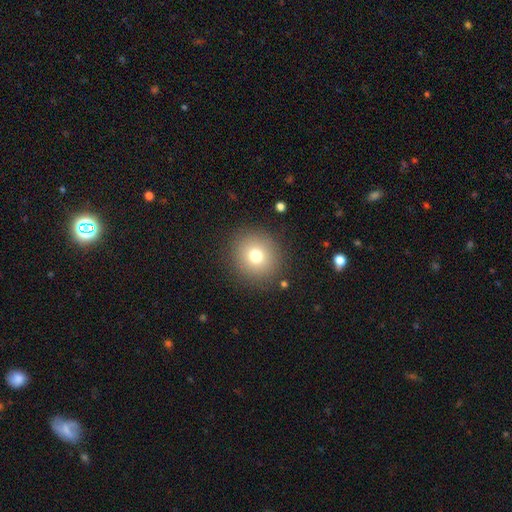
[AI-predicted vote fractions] Morphology: type=smooth (75%); roundness=round (91%); merging=none (89%).